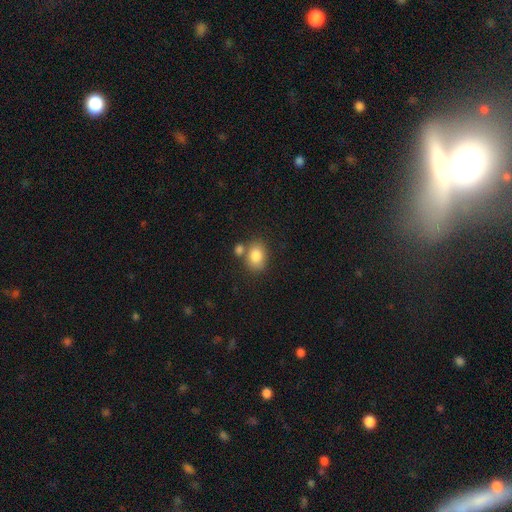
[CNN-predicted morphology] Smooth or featured: smooth — 84% (star or artifact — 8%)
How rounded: in between — 68% (round — 31%)
Merging: none — 59% (merger — 23%)